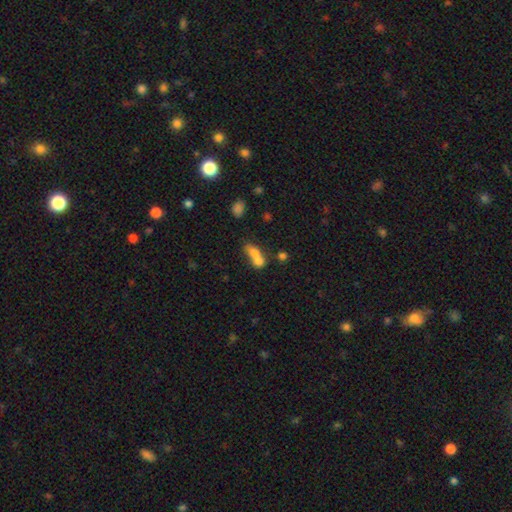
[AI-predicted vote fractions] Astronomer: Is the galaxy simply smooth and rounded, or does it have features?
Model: smooth — 69%.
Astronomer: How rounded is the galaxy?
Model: in between — 59%.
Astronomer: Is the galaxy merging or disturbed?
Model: merger — 70%.